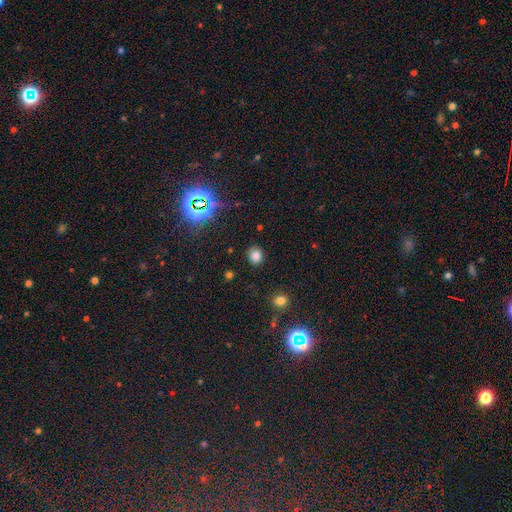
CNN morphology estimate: A smooth galaxy with no disk features (79%) that is round (70%).

Vote fractions:
- Smooth or featured? smooth: 79% / star or artifact: 16% / featured or disk: 5%
- How rounded? round: 70% / in between: 29% / cigar-shaped: 1%
- Merging? none: 88% / minor disturbance: 8% / major disturbance: 3% / merger: 2%